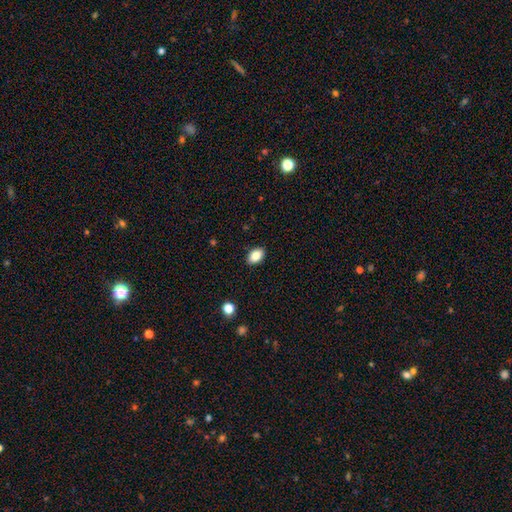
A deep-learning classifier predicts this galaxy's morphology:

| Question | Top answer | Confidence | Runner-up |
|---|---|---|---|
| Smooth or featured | smooth | 85% | star or artifact (8%) |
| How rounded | in between | 88% | round (10%) |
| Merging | none | 89% | minor disturbance (8%) |